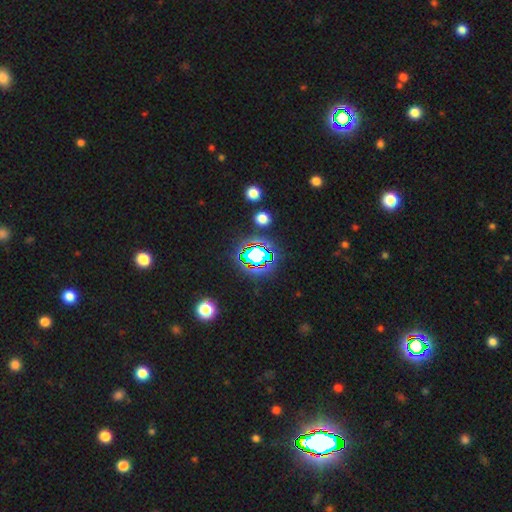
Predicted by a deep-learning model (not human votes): Q: Smooth or featured?
A: star or artifact (65%); runner-up: smooth (22%)